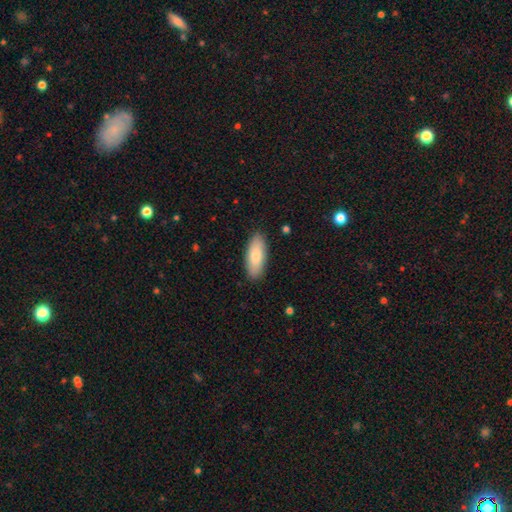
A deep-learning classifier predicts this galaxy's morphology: This appears to be a smooth galaxy with no disk features (82%) that is in between round and cigar-shaped (75%). Merging: none (88%).